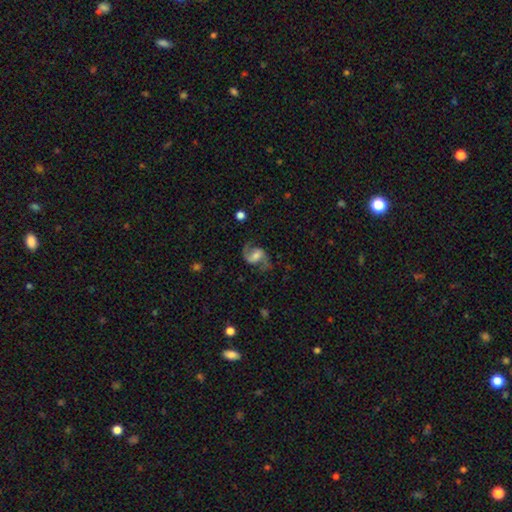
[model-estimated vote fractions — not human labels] This appears to be a featured or disk galaxy (82%) with a weak bar (47%), 2 (92%) loose (46%) spiral arms (95%) and a moderate central bulge (48%). Merging: none (72%).